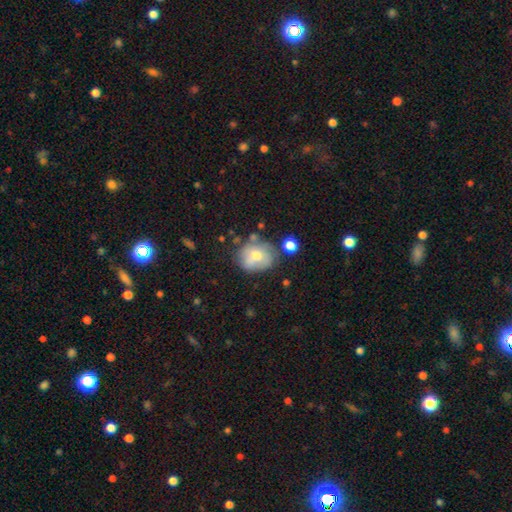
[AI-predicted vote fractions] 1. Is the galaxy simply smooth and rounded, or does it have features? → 62% smooth, 29% featured or disk, 10% star or artifact.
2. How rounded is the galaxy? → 61% round, 38% in between, 1% cigar-shaped.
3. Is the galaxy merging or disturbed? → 56% none, 24% minor disturbance, 11% merger, 9% major disturbance.